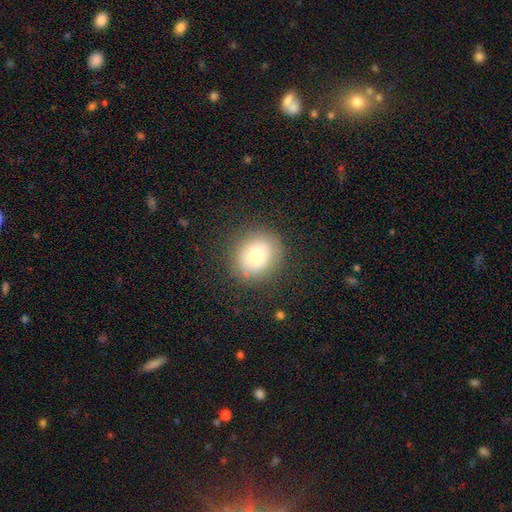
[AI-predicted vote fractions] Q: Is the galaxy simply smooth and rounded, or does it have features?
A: smooth — 73%.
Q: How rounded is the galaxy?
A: round — 80%.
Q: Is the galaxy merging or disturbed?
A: none — 86%.